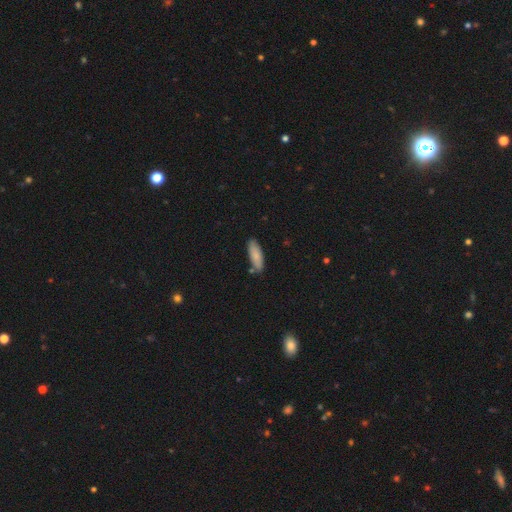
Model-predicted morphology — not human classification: Smooth or featured?
  - smooth: 82% *
  - featured or disk: 12%
  - star or artifact: 6%
How rounded?
  - in between: 62% *
  - cigar-shaped: 37%
  - round: 2%
Merging?
  - none: 79% *
  - minor disturbance: 14%
  - merger: 5%
  - major disturbance: 2%